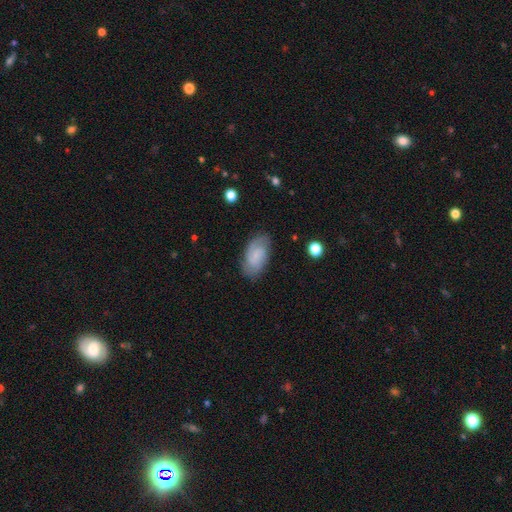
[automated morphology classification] This appears to be a smooth galaxy with no disk features (47%). Merging: none (78%).